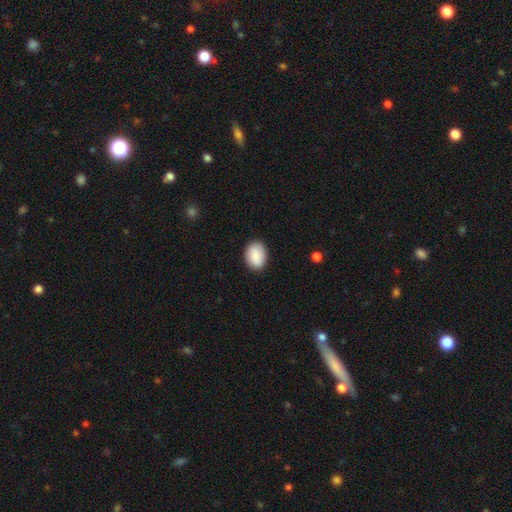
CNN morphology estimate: Q: Smooth or featured?
A: smooth (88%); runner-up: star or artifact (7%)
Q: How rounded?
A: in between (70%); runner-up: round (29%)
Q: Merging?
A: none (86%); runner-up: minor disturbance (11%)